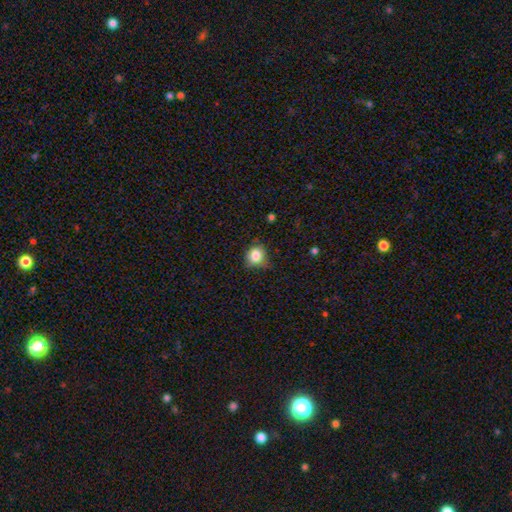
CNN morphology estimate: This is clearly a smooth galaxy (83%). How rounded: likely round (78%). Merging: likely none (66%).